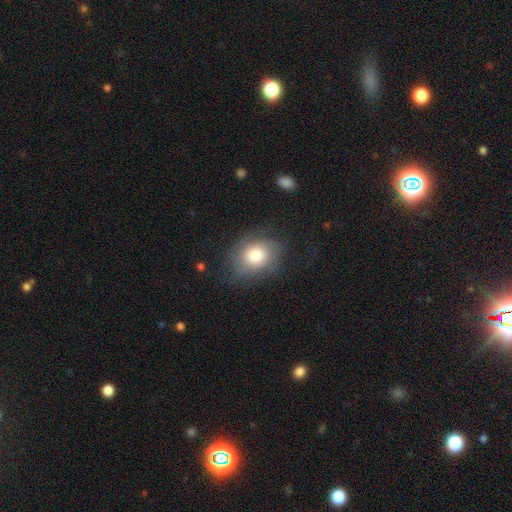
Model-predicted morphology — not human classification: This is possibly a smooth galaxy (58%). How rounded: possibly round (52%). Merging: likely none (64%).